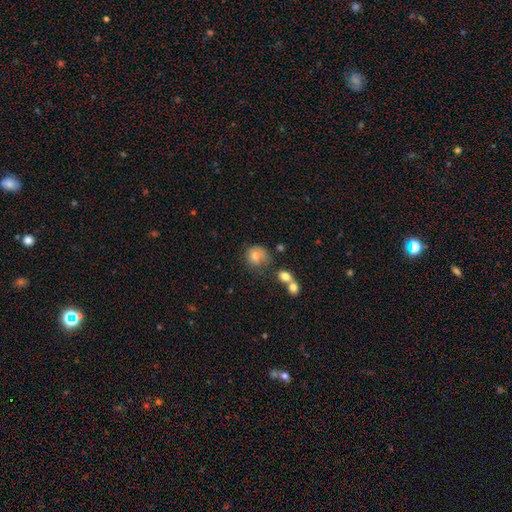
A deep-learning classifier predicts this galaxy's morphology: This is likely a smooth galaxy (74%). How rounded: likely round (70%). Merging: marginally none (41%).